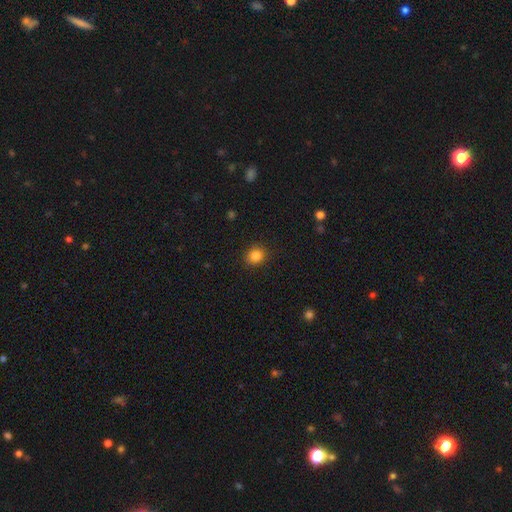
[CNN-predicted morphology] type=smooth (85%); roundness=round (73%); merging=none (89%).